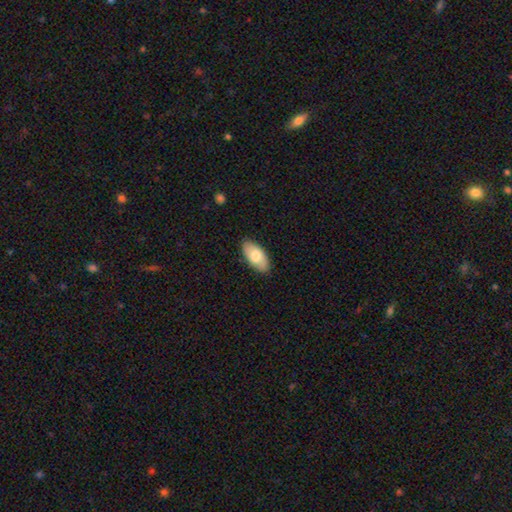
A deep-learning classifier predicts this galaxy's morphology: A smooth galaxy with no disk features (77%) that is in between round and cigar-shaped (93%).

Vote fractions:
- Smooth or featured? smooth: 77% / featured or disk: 17% / star or artifact: 6%
- How rounded? in between: 93% / cigar-shaped: 5% / round: 2%
- Merging? none: 87% / minor disturbance: 10% / major disturbance: 2% / merger: 1%